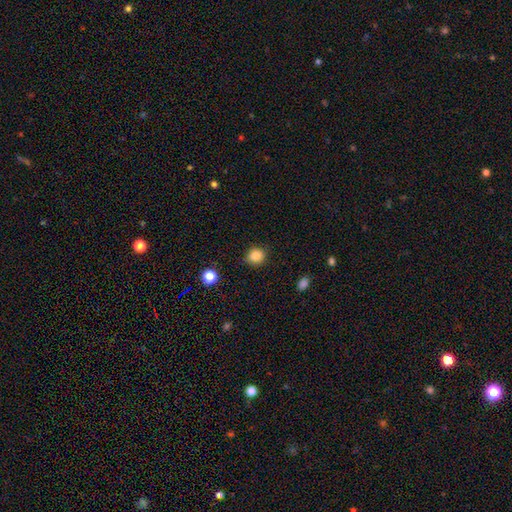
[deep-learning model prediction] This is clearly a smooth galaxy (85%). How rounded: clearly round (83%). Merging: clearly none (87%).